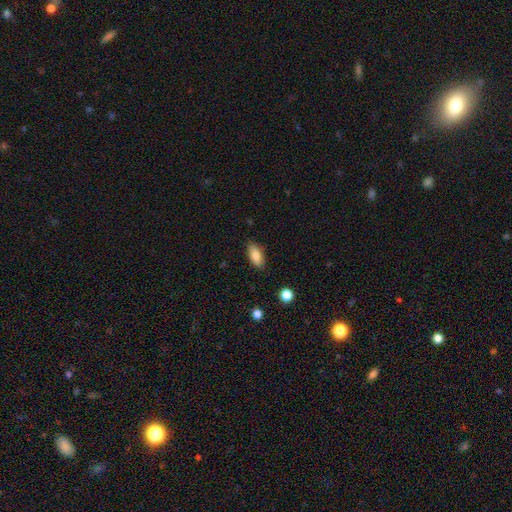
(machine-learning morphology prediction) Smooth or featured? Predicted: smooth (p=0.84). How rounded? Predicted: in between (p=0.86). Merging? Predicted: none (p=0.84).